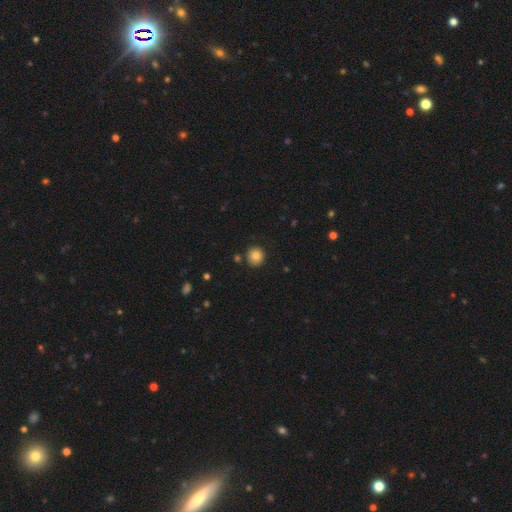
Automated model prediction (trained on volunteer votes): A smooth galaxy with no disk features (83%) that is round (92%).

Vote fractions:
- Smooth or featured? smooth: 83% / star or artifact: 11% / featured or disk: 7%
- How rounded? round: 92% / in between: 7% / cigar-shaped: 1%
- Merging? none: 86% / minor disturbance: 8% / merger: 4% / major disturbance: 2%